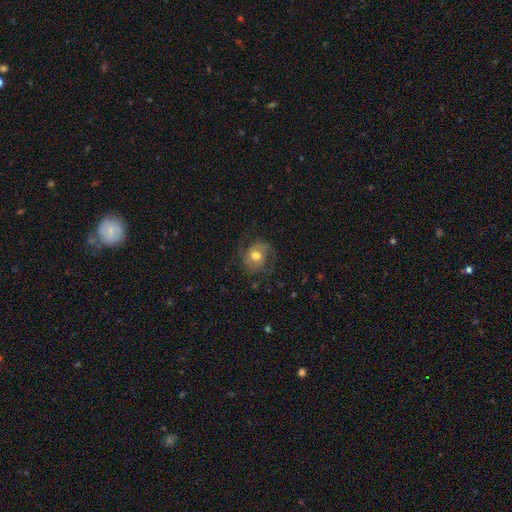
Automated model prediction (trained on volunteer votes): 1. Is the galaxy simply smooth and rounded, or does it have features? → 58% featured or disk, 34% smooth, 8% star or artifact.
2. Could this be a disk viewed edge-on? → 97% no, 3% yes.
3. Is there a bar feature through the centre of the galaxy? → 72% no, 23% weak, 5% strong.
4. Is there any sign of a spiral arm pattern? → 84% yes, 16% no.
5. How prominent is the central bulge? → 73% moderate, 13% large, 11% small, 1% dominant, 1% none.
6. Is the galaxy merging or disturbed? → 65% none, 19% minor disturbance, 14% major disturbance, 1% merger.